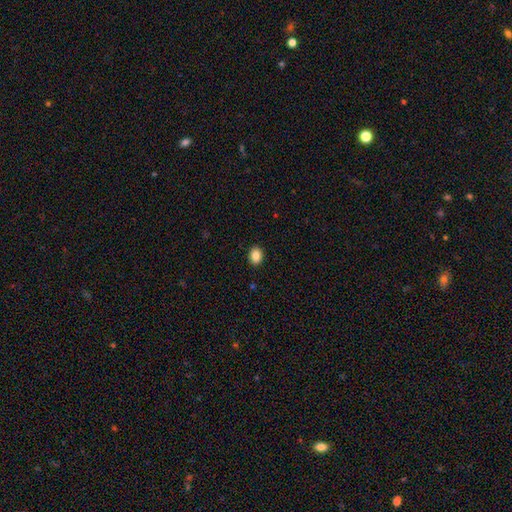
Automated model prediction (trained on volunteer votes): Smooth or featured: smooth — 86% (star or artifact — 9%)
How rounded: in between — 60% (round — 40%)
Merging: none — 91% (minor disturbance — 6%)